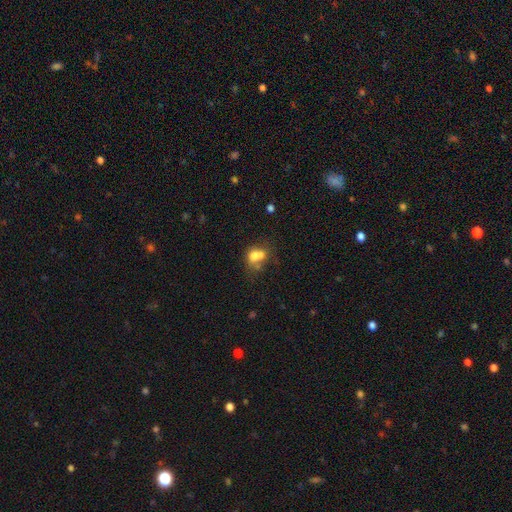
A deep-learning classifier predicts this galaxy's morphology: type=smooth (68%); roundness=in between (56%); merging=merger (48%).